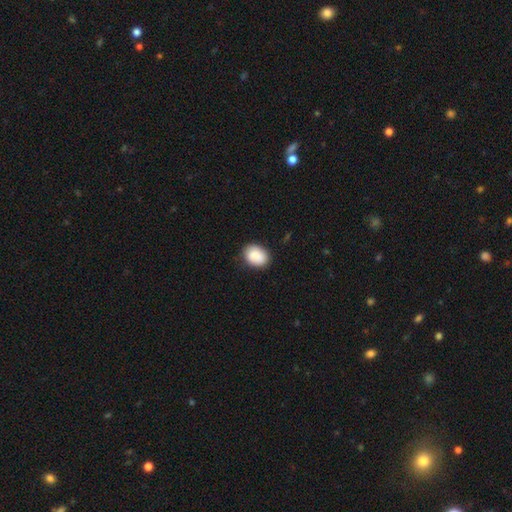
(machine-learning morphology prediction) smooth-or-featured: smooth: 89% | star or artifact: 7% | featured or disk: 4%
  how-rounded: in between: 63% | round: 36% | cigar-shaped: 1%
  merging: none: 83% | minor disturbance: 13% | major disturbance: 3% | merger: 1%